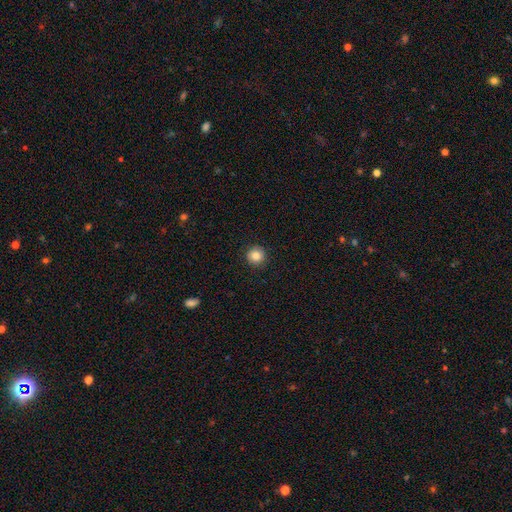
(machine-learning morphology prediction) type=smooth (85%); roundness=round (95%); merging=none (92%).